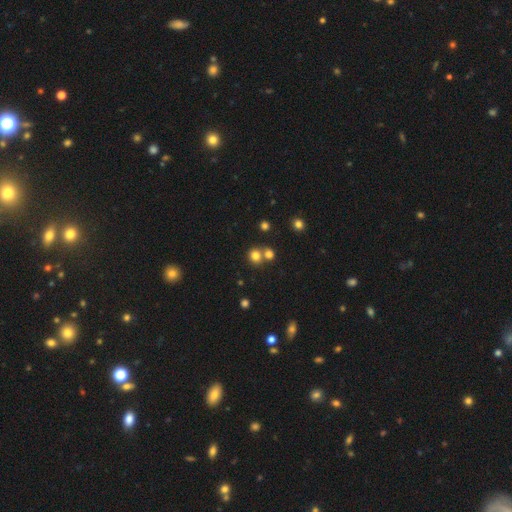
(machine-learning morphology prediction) Smooth or featured? smooth (78%)
How rounded? round (85%)
Merging? none (55%)